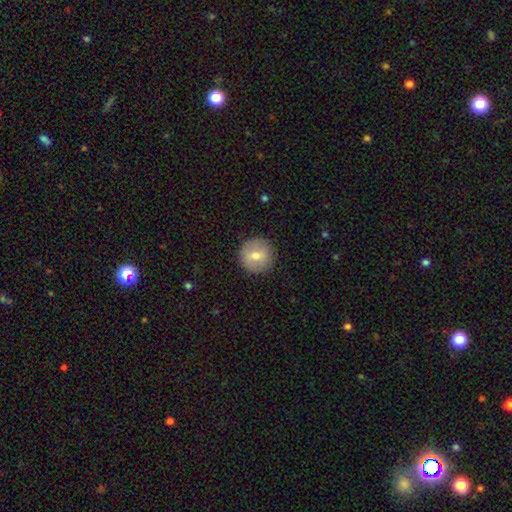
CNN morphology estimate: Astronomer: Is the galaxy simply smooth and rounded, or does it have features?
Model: smooth — 70%.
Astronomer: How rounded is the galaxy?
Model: round — 95%.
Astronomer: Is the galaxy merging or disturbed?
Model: none — 91%.